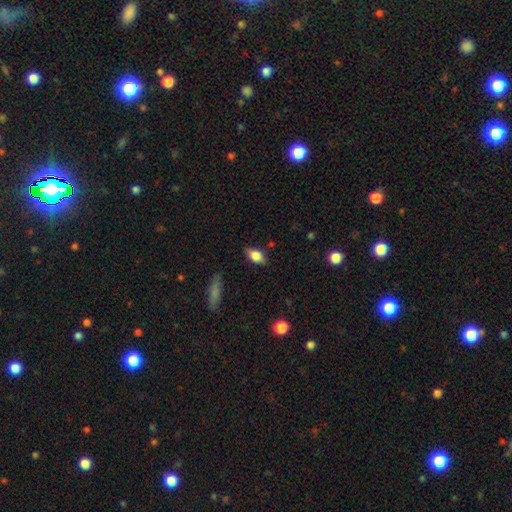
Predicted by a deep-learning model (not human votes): smooth-or-featured: smooth: 82% | featured or disk: 10% | star or artifact: 8%
  how-rounded: in between: 88% | round: 7% | cigar-shaped: 5%
  merging: none: 82% | minor disturbance: 14% | major disturbance: 3% | merger: 2%